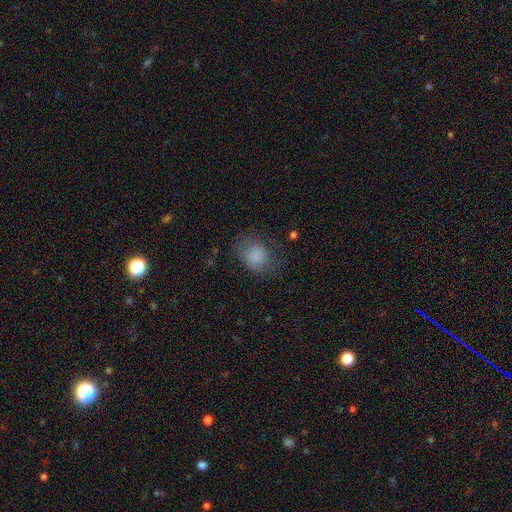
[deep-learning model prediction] Overall: smooth (80%). How rounded: in between (51%; round 48%). Merging: none (57%; minor disturbance 25%).